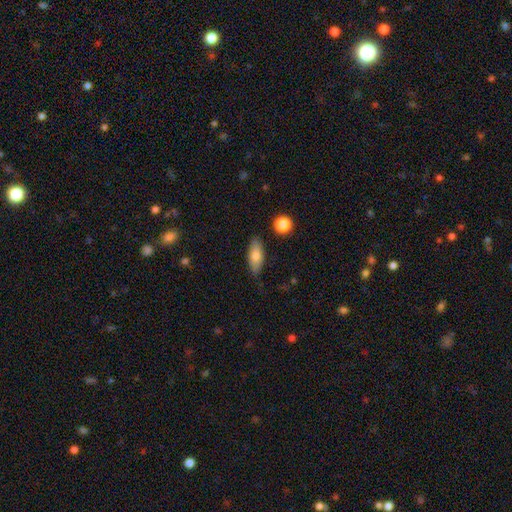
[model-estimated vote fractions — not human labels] This appears to be a smooth galaxy with no disk features (75%) that is in between round and cigar-shaped (76%). Merging: none (81%).